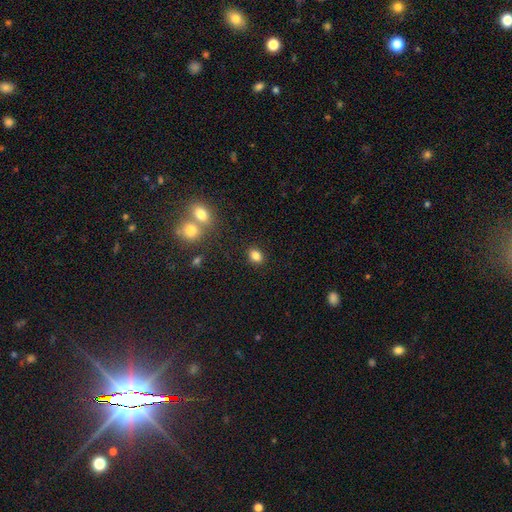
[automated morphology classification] Smooth or featured? smooth (83%)
How rounded? in between (64%)
Merging? none (83%)